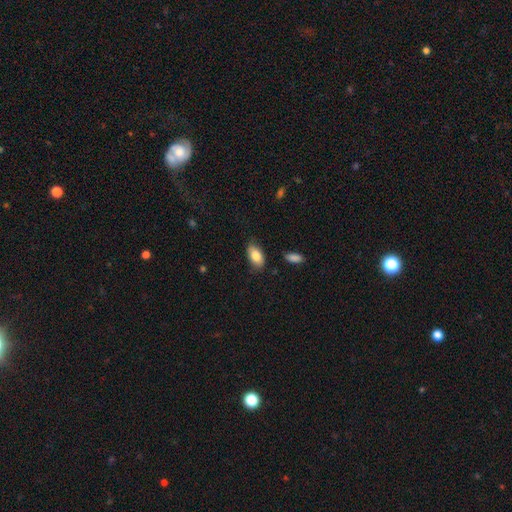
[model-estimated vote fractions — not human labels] Smooth or featured? Predicted: smooth (p=0.84). How rounded? Predicted: in between (p=0.93). Merging? Predicted: none (p=0.79).